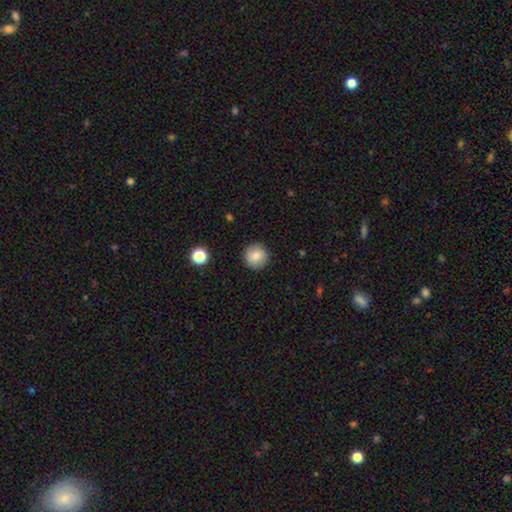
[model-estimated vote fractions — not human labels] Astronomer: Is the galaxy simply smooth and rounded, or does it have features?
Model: smooth — 81%.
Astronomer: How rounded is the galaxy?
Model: round — 95%.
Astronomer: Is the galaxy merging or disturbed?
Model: none — 91%.